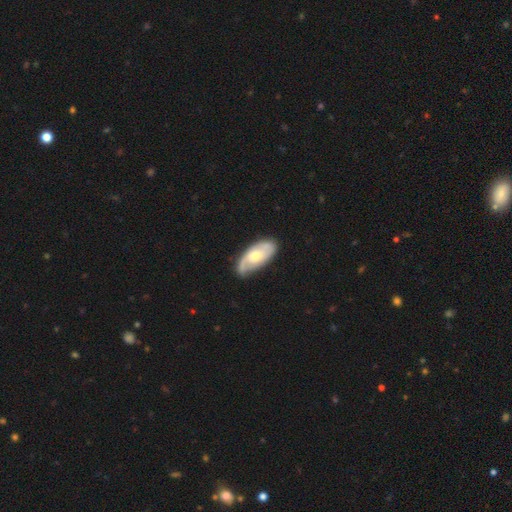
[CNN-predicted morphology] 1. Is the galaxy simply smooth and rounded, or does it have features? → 65% featured or disk, 30% smooth, 5% star or artifact.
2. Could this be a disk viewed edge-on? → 92% no, 8% yes.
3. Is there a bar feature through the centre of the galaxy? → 71% no, 25% weak, 4% strong.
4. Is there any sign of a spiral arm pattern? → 85% yes, 15% no.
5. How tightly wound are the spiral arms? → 40% tight, 38% medium, 22% loose.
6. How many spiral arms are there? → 58% 2, 21% can't tell, 15% 1, 3% 3, 1% 4, 1% more than 4.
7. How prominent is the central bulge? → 57% moderate, 37% small, 4% large, 1% none, 1% dominant.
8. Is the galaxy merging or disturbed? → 71% none, 21% minor disturbance, 6% major disturbance, 2% merger.